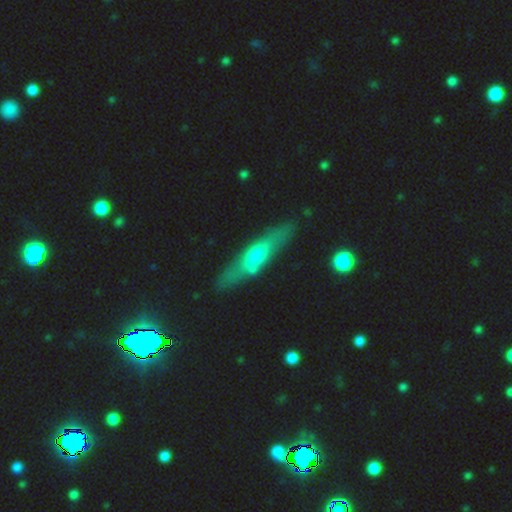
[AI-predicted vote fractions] smooth-or-featured: featured or disk: 53% | smooth: 40% | star or artifact: 8%
  disk-edge-on: yes: 73% | no: 27%
  merging: none: 78% | minor disturbance: 13% | merger: 5% | major disturbance: 4%